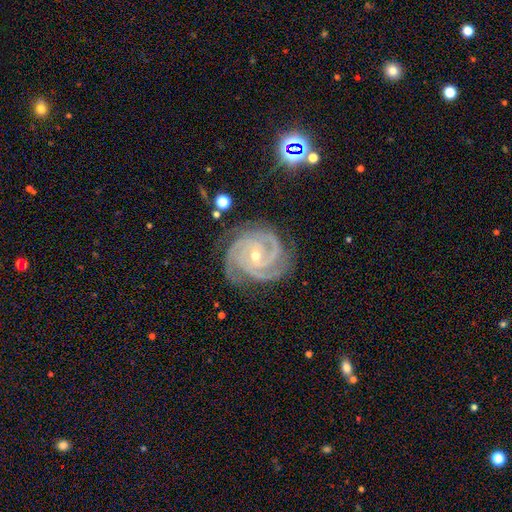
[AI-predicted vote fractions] The model was most divided on "bar": no: 53%, weak: 32%, strong: 15%. More confident: spiral arms — yes (99%); edge-on disk — no (98%); smooth or featured — featured or disk (93%); merging — none (78%); spiral winding — tight (77%); bulge size — small (60%); spiral arm count — 3 (51%).